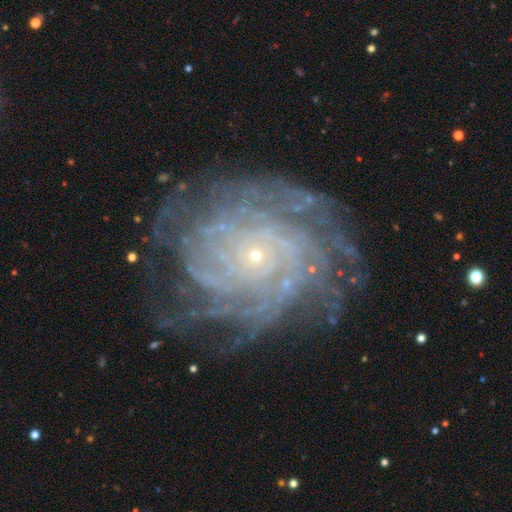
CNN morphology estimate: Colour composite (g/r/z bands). It shows a featured or disk galaxy (89%) with no bar (81%), more than 4 (33%) tight (79%) spiral arms (97%) and a small central bulge (90%). Merging: none (76%).